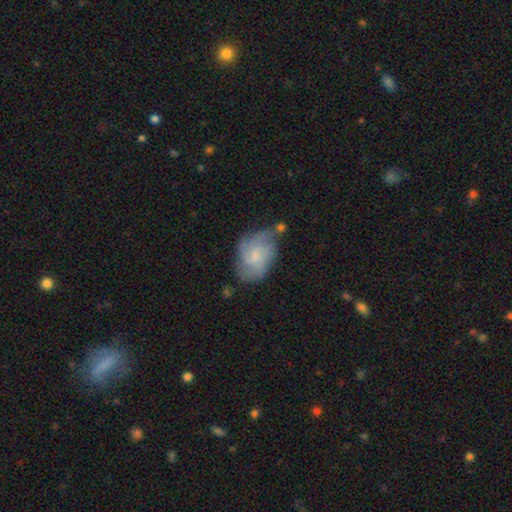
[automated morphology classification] Q: Smooth or featured?
A: featured or disk (65%); runner-up: smooth (27%)
Q: Edge-on disk?
A: no (97%); runner-up: yes (3%)
Q: Bar?
A: no (65%); runner-up: weak (32%)
Q: Spiral arms?
A: yes (90%); runner-up: no (10%)
Q: Spiral winding?
A: medium (43%); runner-up: tight (38%)
Q: Spiral arm count?
A: 3 (30%); runner-up: can't tell (29%)
Q: Bulge size?
A: small (56%); runner-up: moderate (27%)
Q: Merging?
A: none (53%); runner-up: minor disturbance (29%)